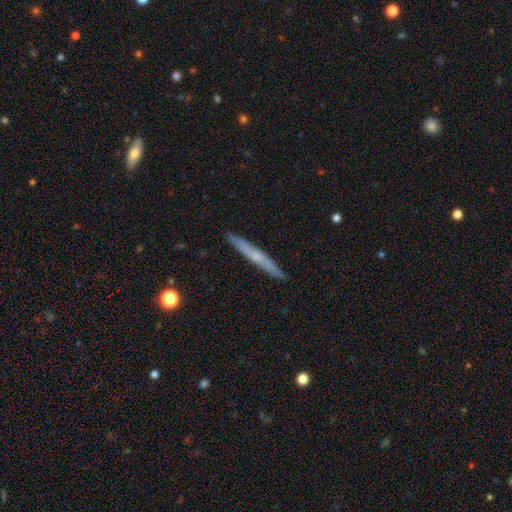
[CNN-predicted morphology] Smooth or featured?
  - featured or disk: 52% *
  - smooth: 42%
  - star or artifact: 6%
Edge-on disk?
  - yes: 94% *
  - no: 6%
Merging?
  - none: 91% *
  - minor disturbance: 7%
  - major disturbance: 1%
  - merger: 1%